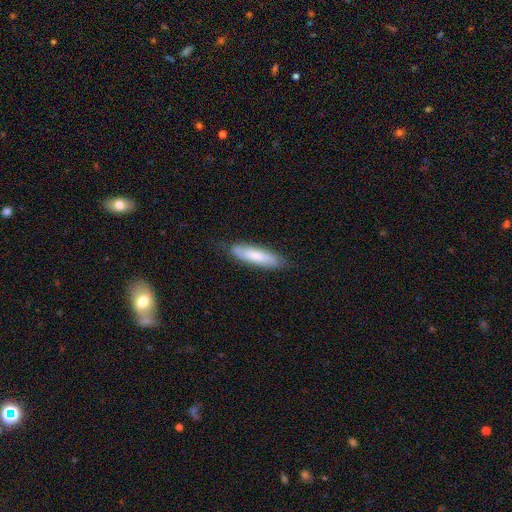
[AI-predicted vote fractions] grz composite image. It shows a smooth galaxy with no disk features (70%) that is cigar-shaped (70%). Merging: none (80%).